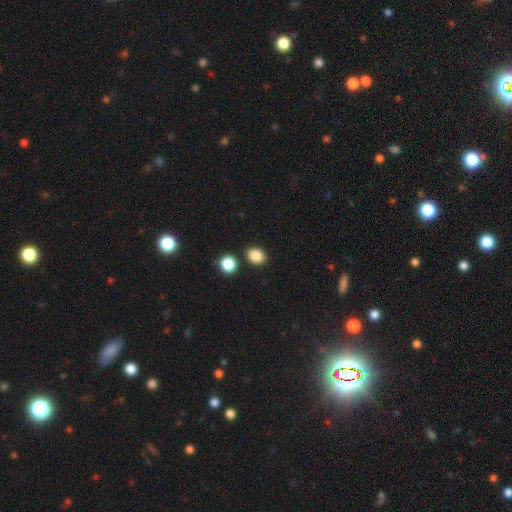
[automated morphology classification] smooth 86%, star or artifact 10%, featured or disk 4%. Down the decision tree: how rounded — in between (59%); merging — none (83%).